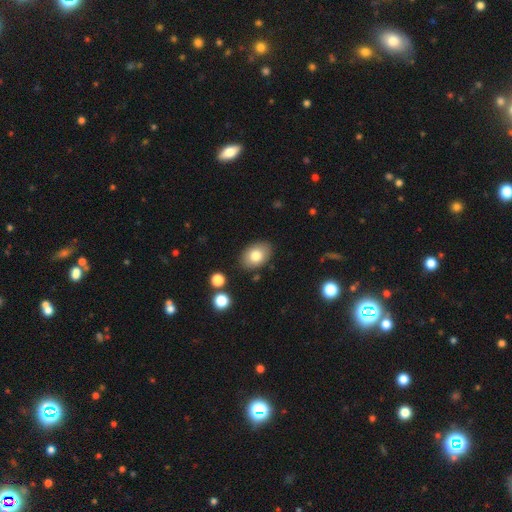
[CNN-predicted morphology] smooth-or-featured: smooth: 79% | featured or disk: 13% | star or artifact: 8%
  how-rounded: in between: 82% | round: 17% | cigar-shaped: 1%
  merging: none: 85% | minor disturbance: 10% | major disturbance: 3% | merger: 2%